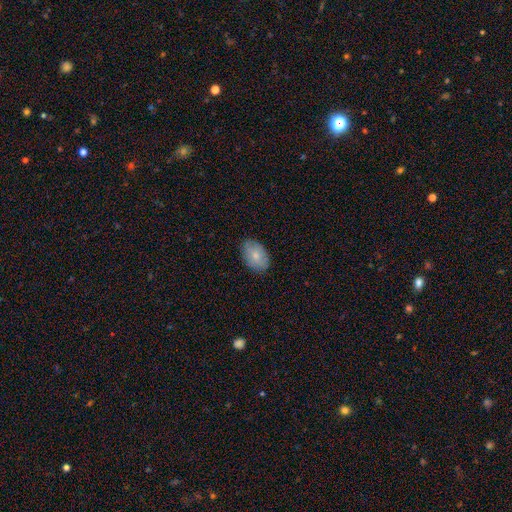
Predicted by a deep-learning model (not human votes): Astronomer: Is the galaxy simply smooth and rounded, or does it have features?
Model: smooth — 76%.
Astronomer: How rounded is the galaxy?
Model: in between — 88%.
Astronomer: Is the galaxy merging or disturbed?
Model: none — 84%.